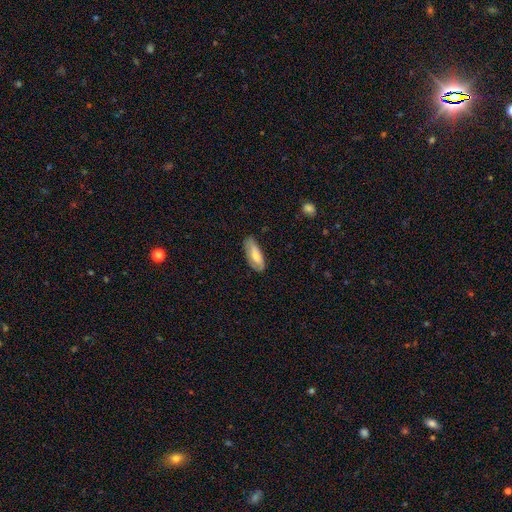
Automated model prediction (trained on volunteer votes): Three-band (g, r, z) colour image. It shows a smooth galaxy with no disk features (64%) that is in between round and cigar-shaped (74%). Merging: none (73%).